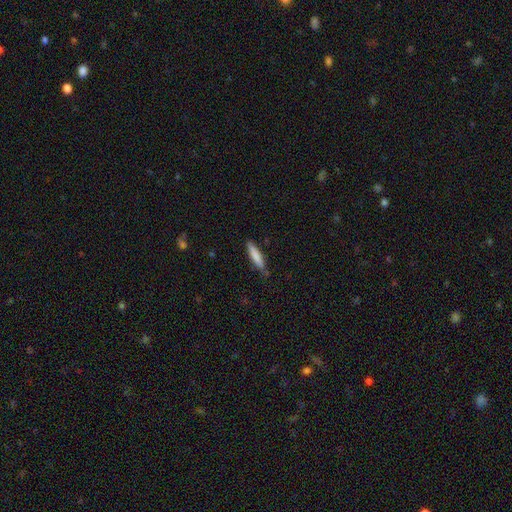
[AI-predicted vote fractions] Morphology: type=smooth (81%); roundness=cigar-shaped (86%); merging=none (79%).